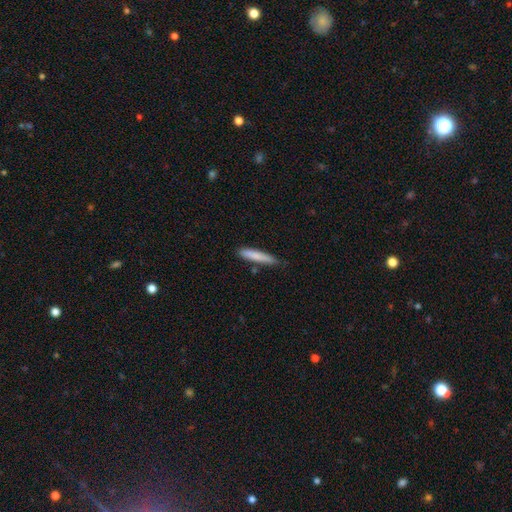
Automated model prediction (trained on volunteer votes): This is clearly a smooth galaxy (80%). How rounded: clearly cigar-shaped (91%). Merging: likely none (75%).